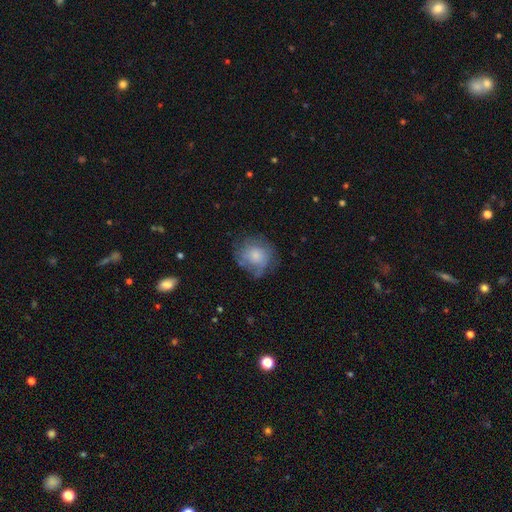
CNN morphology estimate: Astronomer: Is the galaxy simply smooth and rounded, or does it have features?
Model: smooth — 63%.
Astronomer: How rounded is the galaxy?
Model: round — 83%.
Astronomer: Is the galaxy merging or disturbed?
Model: none — 60%.